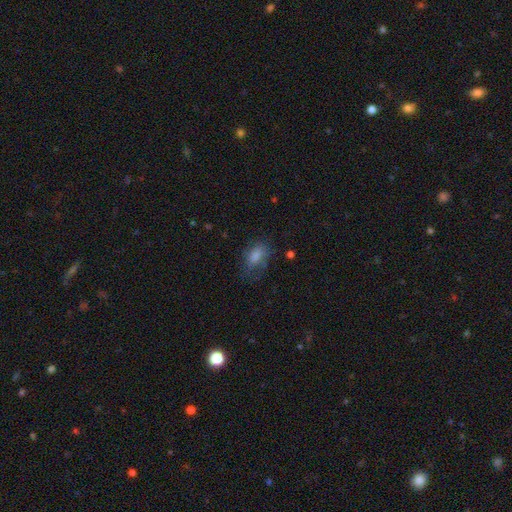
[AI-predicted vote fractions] This is likely a smooth galaxy (67%). How rounded: clearly in between (85%). Merging: possibly none (59%).